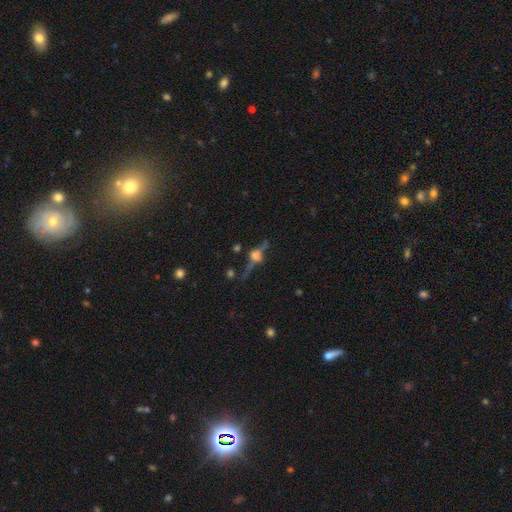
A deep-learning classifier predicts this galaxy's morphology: This appears to be a featured or disk galaxy (65%) viewed edge-on (87%) with a rounded central bulge (90%). Merging: none (67%).